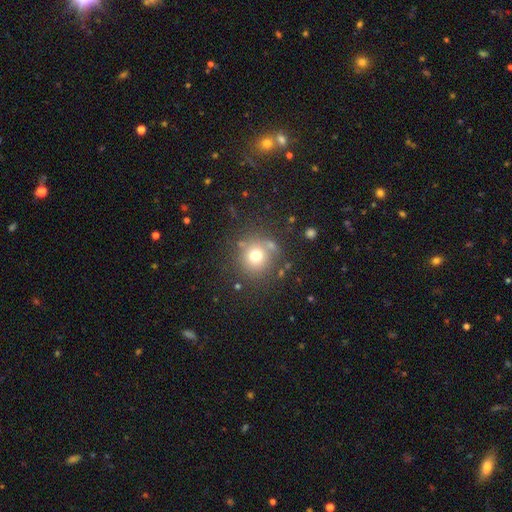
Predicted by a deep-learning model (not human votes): The model was most divided on "smooth or featured": smooth: 71%, star or artifact: 16%, featured or disk: 12%. More confident: how rounded — round (92%); merging — none (77%).